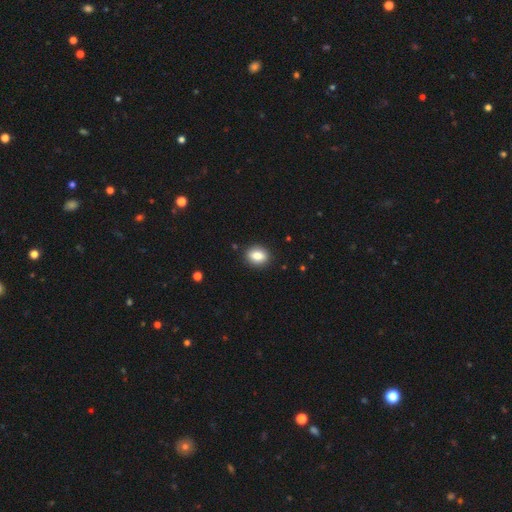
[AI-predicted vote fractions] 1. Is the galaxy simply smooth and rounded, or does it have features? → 84% smooth, 8% star or artifact, 8% featured or disk.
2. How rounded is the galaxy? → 59% in between, 40% round, 1% cigar-shaped.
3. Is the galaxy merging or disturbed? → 90% none, 7% minor disturbance, 2% major disturbance, 1% merger.